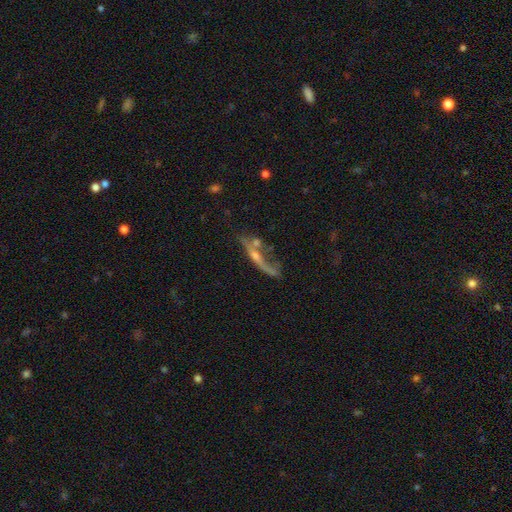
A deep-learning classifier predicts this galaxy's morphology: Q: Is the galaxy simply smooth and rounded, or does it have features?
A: featured or disk — 67%.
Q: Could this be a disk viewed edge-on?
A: yes — 71%.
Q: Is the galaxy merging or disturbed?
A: none — 41%.